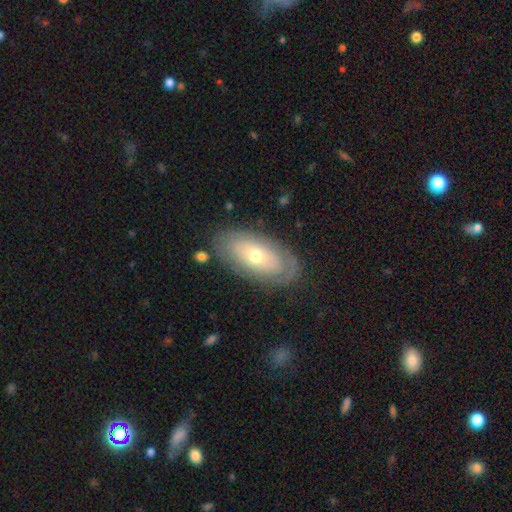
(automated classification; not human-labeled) A featured or disk galaxy (57%). Merging: none (77%).